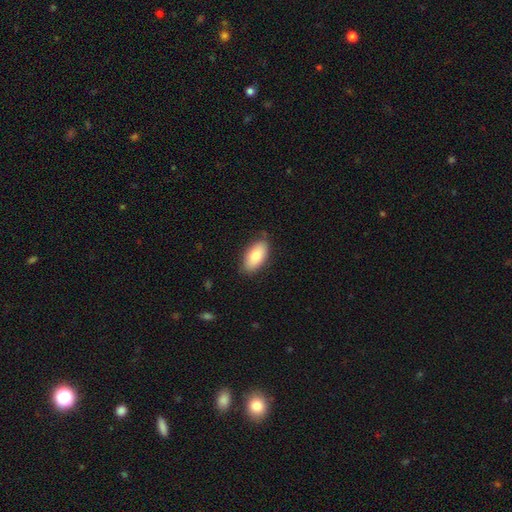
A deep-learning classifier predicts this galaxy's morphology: type=smooth (81%); roundness=in between (93%); merging=none (82%).